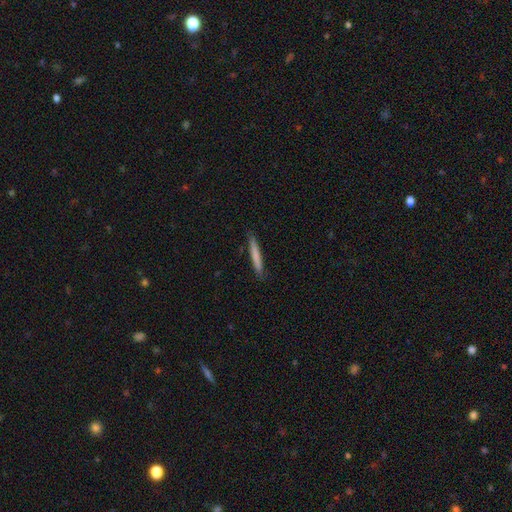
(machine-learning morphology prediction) type=smooth (74%); roundness=cigar-shaped (96%); merging=none (88%).